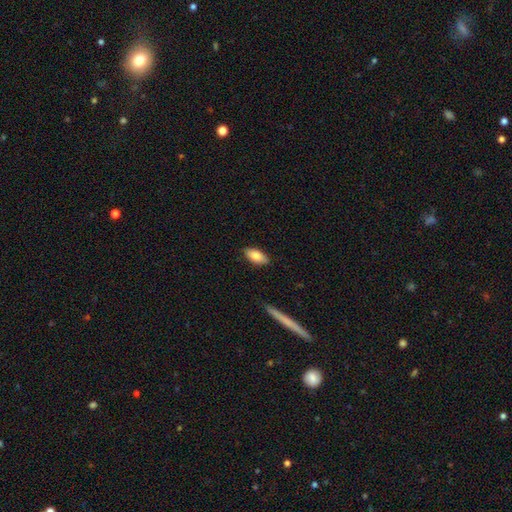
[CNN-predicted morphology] Smooth or featured? smooth (82%)
How rounded? in between (89%)
Merging? none (85%)